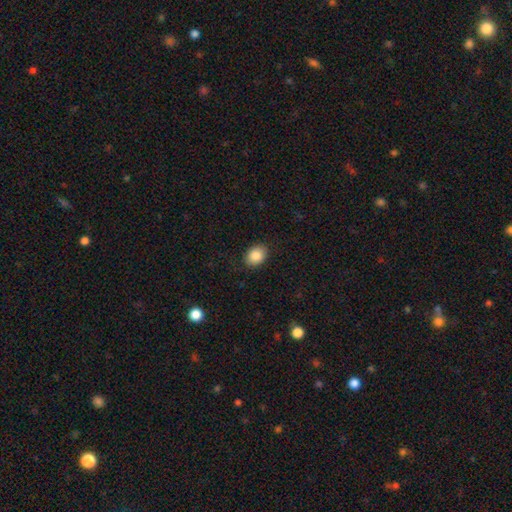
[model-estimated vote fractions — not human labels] This appears to be a smooth galaxy with no disk features (85%) that is in between round and cigar-shaped (63%). Merging: none (87%).